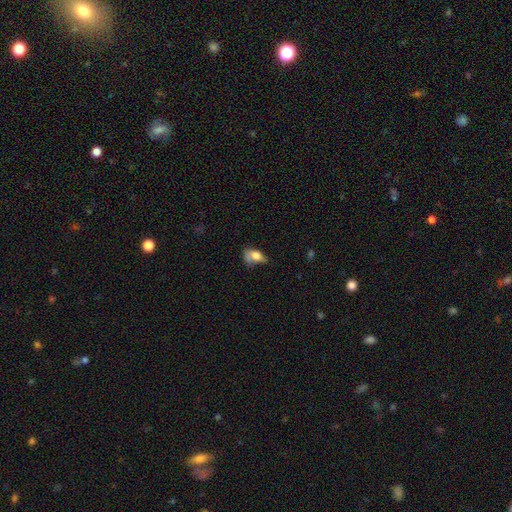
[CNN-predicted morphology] Smooth or featured: smooth — 71% (featured or disk — 20%)
How rounded: in between — 81% (round — 14%)
Merging: major disturbance — 33% (tied with minor disturbance — 33%)